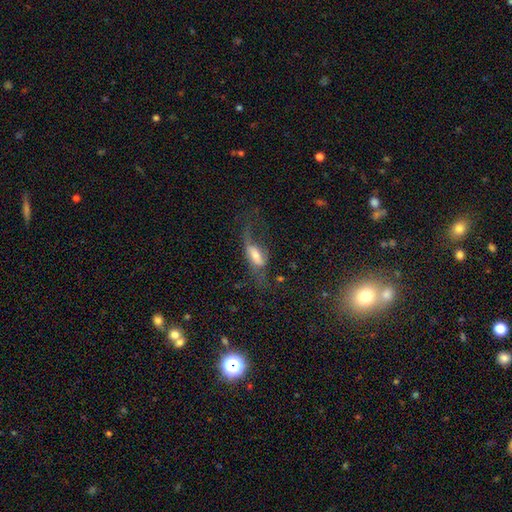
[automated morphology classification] The model was most divided on "merging": major disturbance: 43%, none: 33%, minor disturbance: 20%, merger: 4%. More confident: edge-on disk — no (73%); smooth or featured — featured or disk (56%).